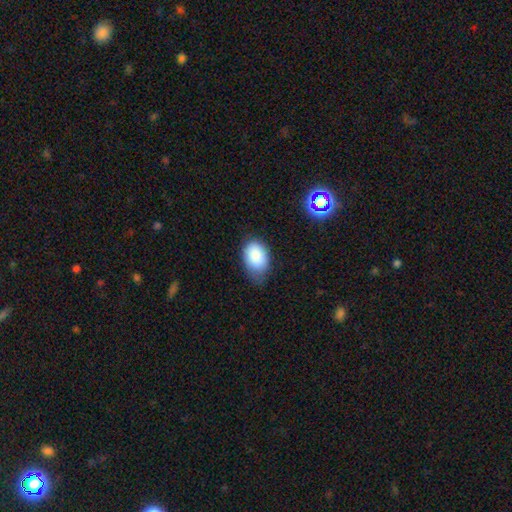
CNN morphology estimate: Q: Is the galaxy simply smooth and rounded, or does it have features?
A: smooth — 85%.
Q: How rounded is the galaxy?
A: in between — 86%.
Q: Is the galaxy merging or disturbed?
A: none — 58%.